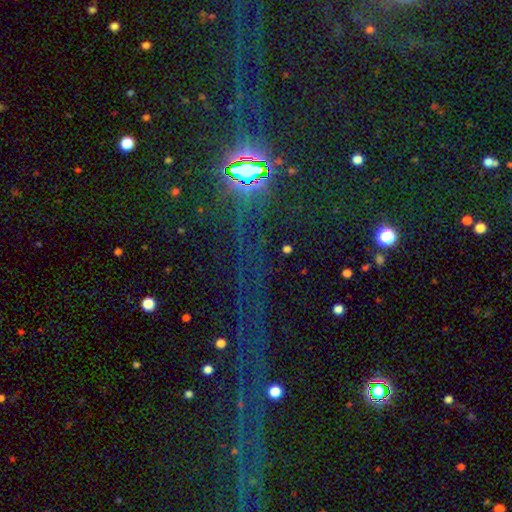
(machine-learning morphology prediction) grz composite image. It shows a star or artifact, not a galaxy (80%).